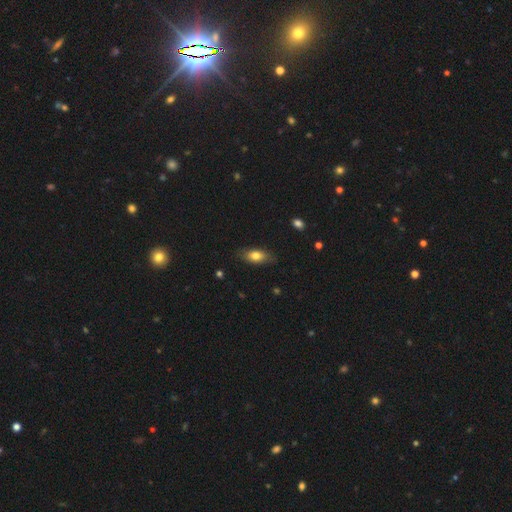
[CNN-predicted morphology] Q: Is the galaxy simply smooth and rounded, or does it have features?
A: smooth — 75%.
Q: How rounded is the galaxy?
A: in between — 82%.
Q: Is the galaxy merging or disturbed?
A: none — 81%.